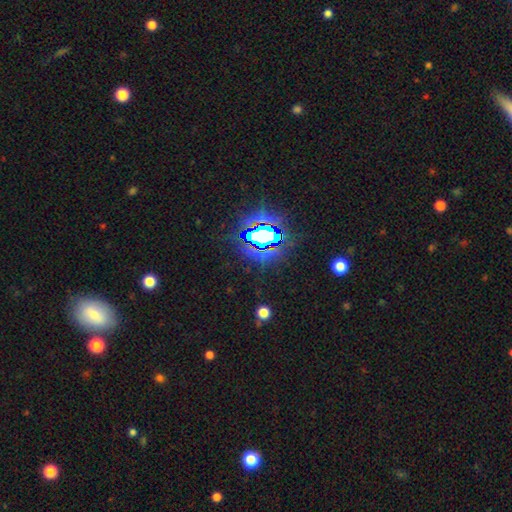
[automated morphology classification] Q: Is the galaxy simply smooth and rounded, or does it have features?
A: star or artifact — 81%.